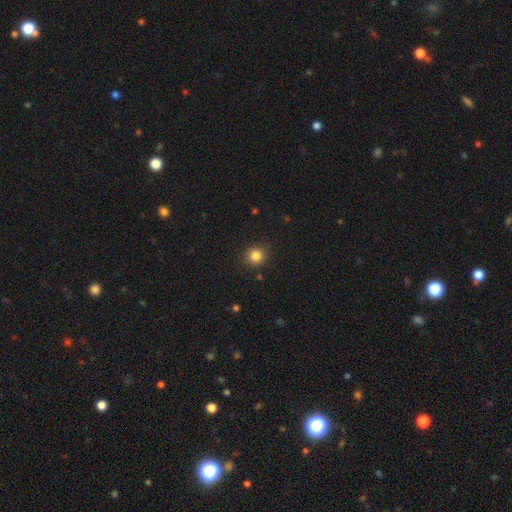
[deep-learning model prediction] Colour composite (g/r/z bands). It shows a smooth galaxy with no disk features (84%) that is round (88%). Merging: none (89%).